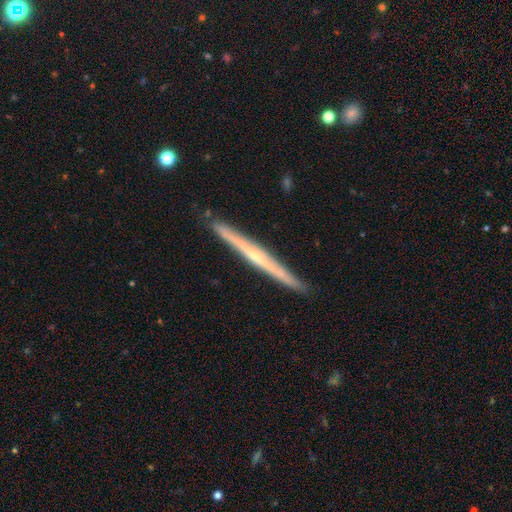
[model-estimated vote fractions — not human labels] Smooth or featured: featured or disk — 75% (smooth — 20%)
Edge-on disk: yes — 98% (no — 2%)
Edge-on bulge: rounded — 53% (none — 43%)
Merging: none — 90% (minor disturbance — 7%)